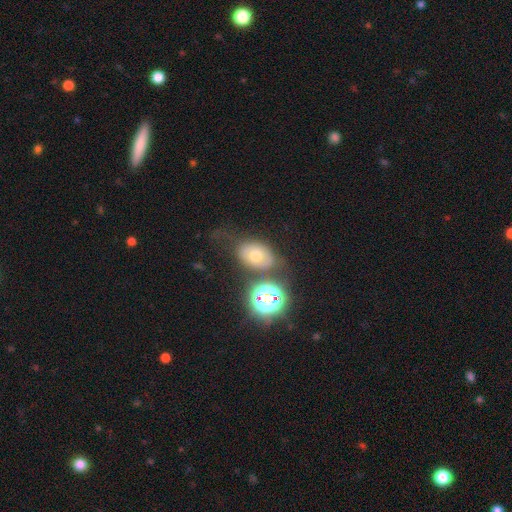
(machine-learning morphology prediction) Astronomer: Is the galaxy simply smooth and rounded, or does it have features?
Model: smooth — 54%.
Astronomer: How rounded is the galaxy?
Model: in between — 69%.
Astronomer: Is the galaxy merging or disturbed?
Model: none — 61%.